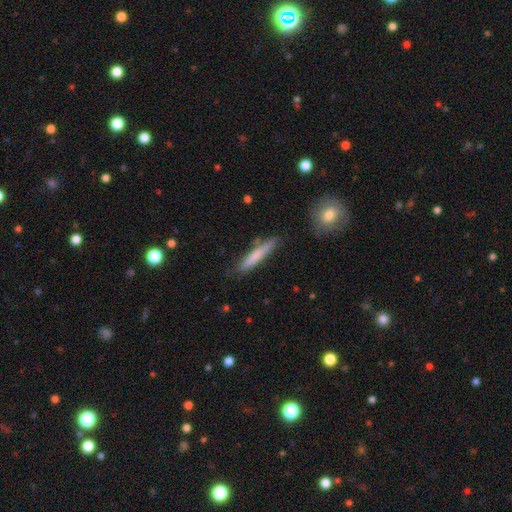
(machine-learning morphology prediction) type=smooth (71%); roundness=cigar-shaped (93%); merging=none (79%).